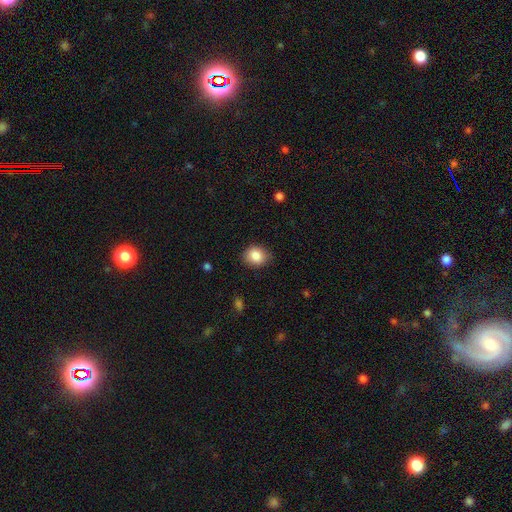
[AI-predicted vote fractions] The model was most divided on "how rounded": round: 64%, in between: 35%, cigar-shaped: 1%. More confident: smooth or featured — smooth (86%); merging — none (82%).